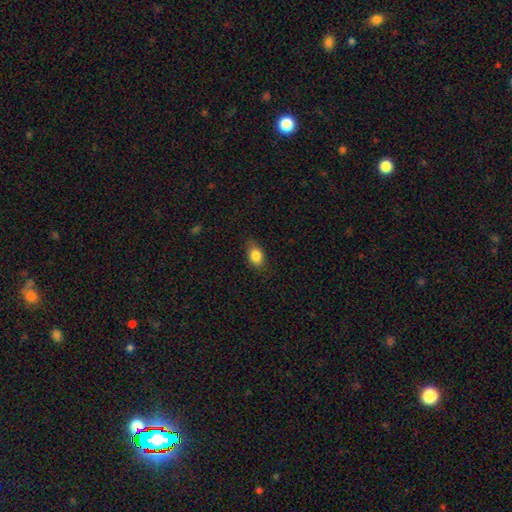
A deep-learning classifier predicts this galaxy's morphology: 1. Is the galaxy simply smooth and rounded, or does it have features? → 84% smooth, 8% star or artifact, 8% featured or disk.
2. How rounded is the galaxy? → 76% in between, 21% round, 3% cigar-shaped.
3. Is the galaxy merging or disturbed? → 78% none, 17% minor disturbance, 4% major disturbance, 1% merger.